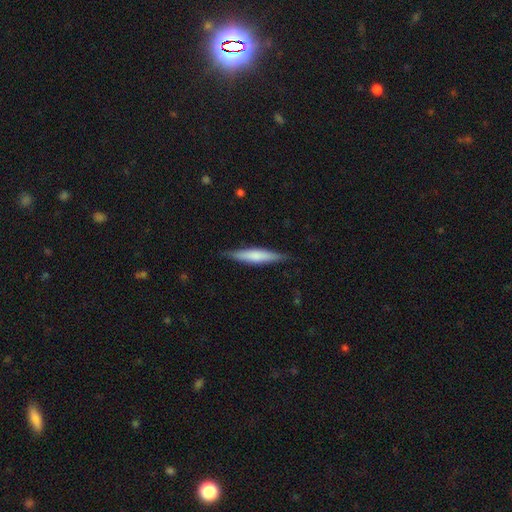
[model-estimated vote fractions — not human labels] This is possibly a smooth galaxy (59%). How rounded: clearly cigar-shaped (87%). Merging: clearly none (86%).